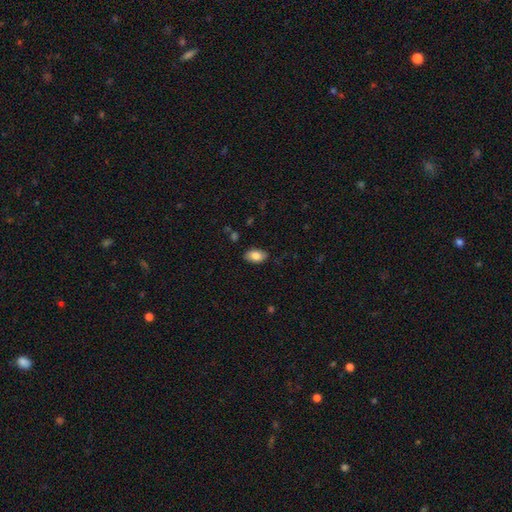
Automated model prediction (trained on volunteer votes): A smooth galaxy with no disk features (83%) that is in between round and cigar-shaped (92%).

Vote fractions:
- Smooth or featured? smooth: 83% / featured or disk: 10% / star or artifact: 7%
- How rounded? in between: 92% / round: 6% / cigar-shaped: 2%
- Merging? none: 85% / minor disturbance: 11% / major disturbance: 2% / merger: 1%